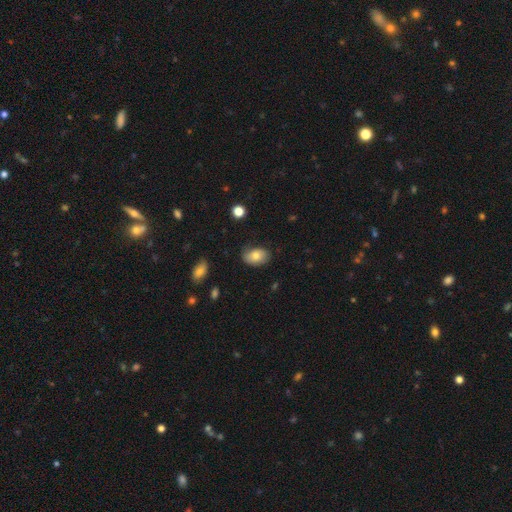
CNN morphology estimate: Smooth or featured: smooth — 75% (featured or disk — 17%)
How rounded: in between — 85% (round — 14%)
Merging: none — 70% (minor disturbance — 23%)